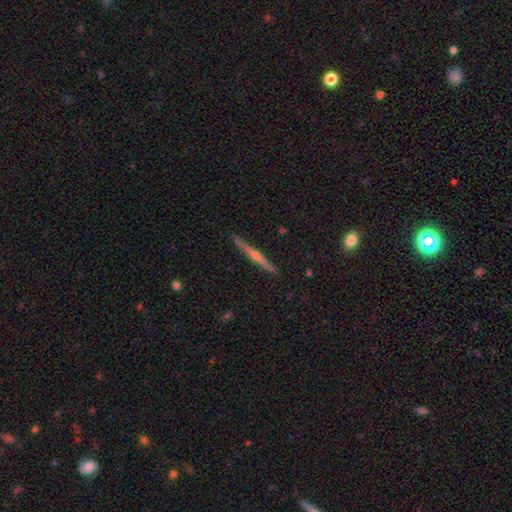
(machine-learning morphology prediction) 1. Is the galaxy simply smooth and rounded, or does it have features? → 75% featured or disk, 19% smooth, 6% star or artifact.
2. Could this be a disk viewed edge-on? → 98% yes, 2% no.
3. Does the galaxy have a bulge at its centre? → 81% rounded, 13% none, 6% boxy.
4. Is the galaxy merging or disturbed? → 91% none, 6% minor disturbance, 1% major disturbance, 1% merger.